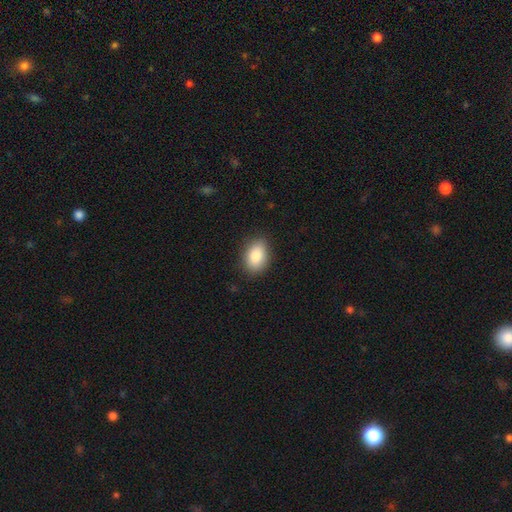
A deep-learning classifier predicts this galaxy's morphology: Overall: smooth (86%). How rounded: in between (84%). Merging: none (84%).